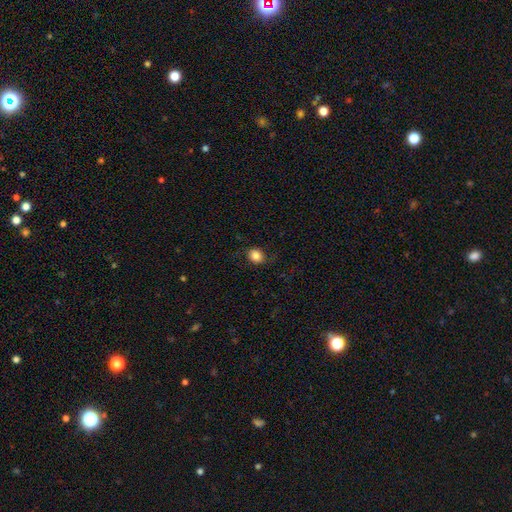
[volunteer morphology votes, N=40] Smooth or featured? smooth (72%)
How rounded? in between (55%)
Merging? none (86%)